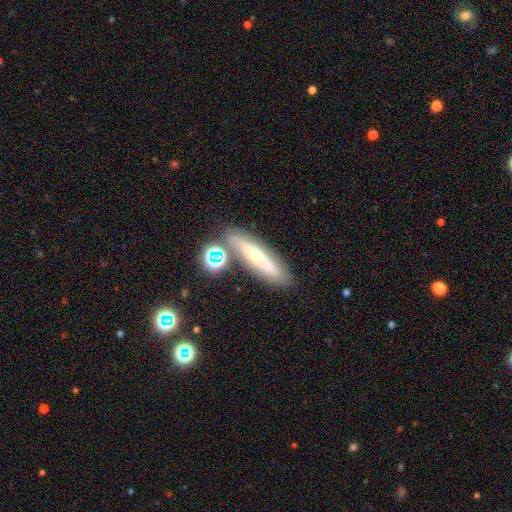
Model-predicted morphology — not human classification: Smooth or featured?
  - featured or disk: 46% *
  - smooth: 41%
  - star or artifact: 12%
Merging?
  - none: 72% *
  - minor disturbance: 14%
  - merger: 10%
  - major disturbance: 4%